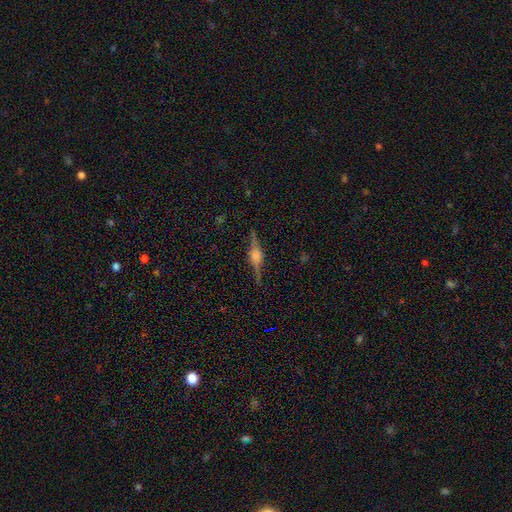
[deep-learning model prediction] Smooth or featured: featured or disk — 83% (smooth — 9%)
Edge-on disk: yes — 98% (no — 2%)
Edge-on bulge: rounded — 86% (boxy — 12%)
Merging: none — 89% (minor disturbance — 8%)